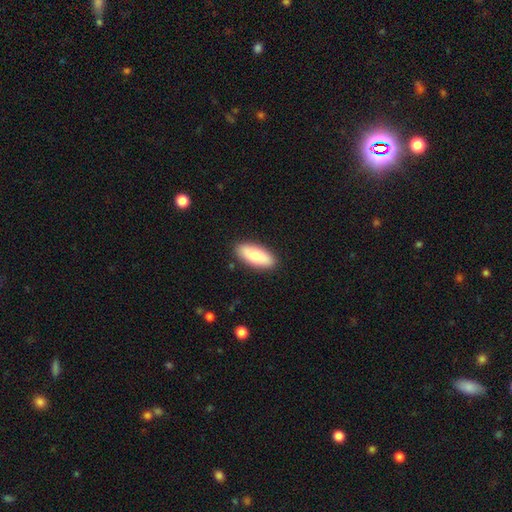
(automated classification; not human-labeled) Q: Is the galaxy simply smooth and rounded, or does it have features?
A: smooth — 78%.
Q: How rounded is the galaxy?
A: in between — 76%.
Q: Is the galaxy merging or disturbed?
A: none — 89%.